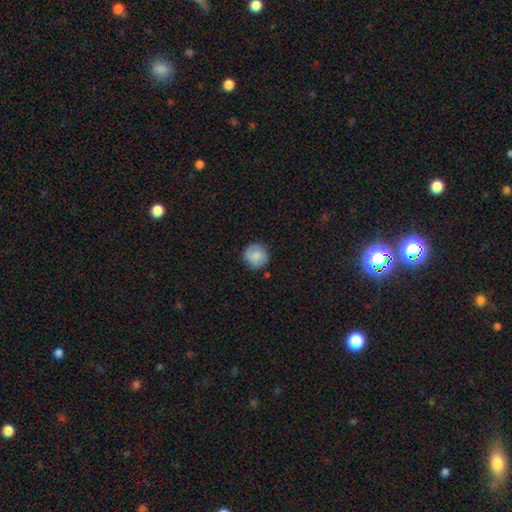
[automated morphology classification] smooth-or-featured: smooth: 79% | featured or disk: 14% | star or artifact: 7%
  how-rounded: round: 92% | in between: 7% | cigar-shaped: 1%
  merging: none: 82% | minor disturbance: 14% | major disturbance: 3% | merger: 1%